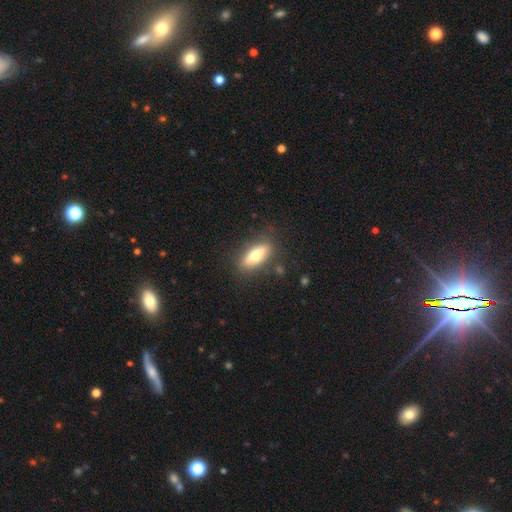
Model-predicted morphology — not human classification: The model was most divided on "smooth or featured": smooth: 58%, featured or disk: 36%, star or artifact: 6%. More confident: merging — none (84%); how rounded — in between (62%).